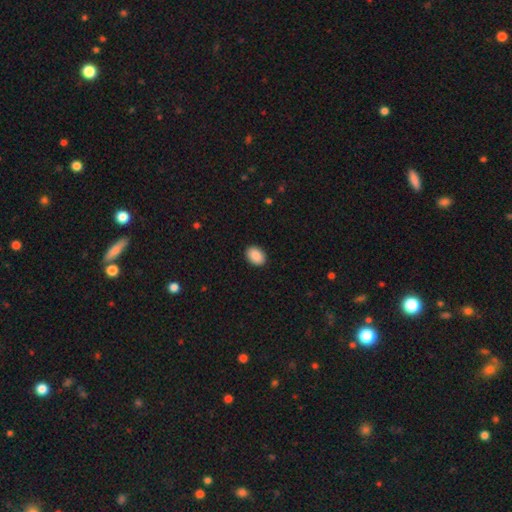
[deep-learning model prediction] smooth 90%, star or artifact 7%, featured or disk 3%. Down the decision tree: how rounded — in between (80%); merging — none (91%).